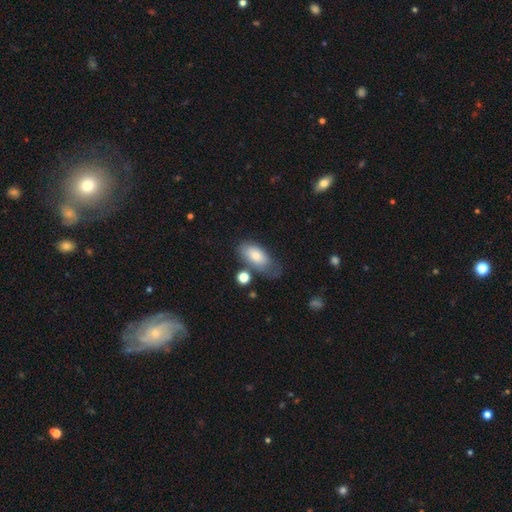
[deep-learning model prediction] Smooth or featured?
  - smooth: 76% *
  - featured or disk: 16%
  - star or artifact: 7%
How rounded?
  - in between: 90% *
  - cigar-shaped: 6%
  - round: 4%
Merging?
  - none: 44% *
  - minor disturbance: 30%
  - major disturbance: 17%
  - merger: 9%